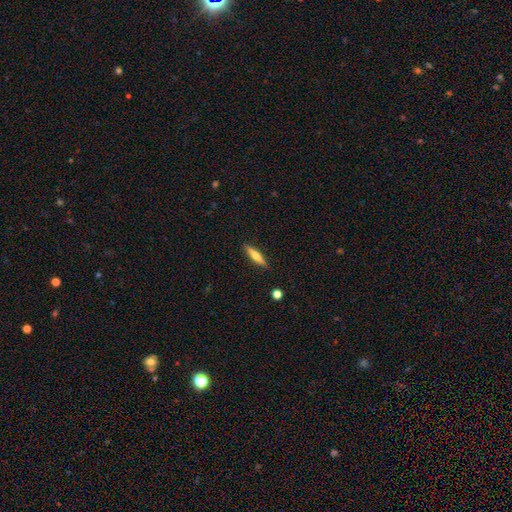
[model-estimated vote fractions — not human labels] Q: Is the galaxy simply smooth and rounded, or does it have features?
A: smooth — 57%.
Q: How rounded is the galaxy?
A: cigar-shaped — 81%.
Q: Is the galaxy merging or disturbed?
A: none — 89%.